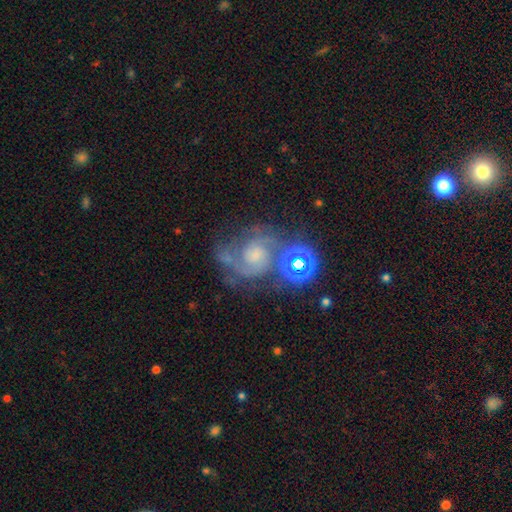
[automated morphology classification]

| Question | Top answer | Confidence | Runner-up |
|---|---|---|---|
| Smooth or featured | featured or disk | 78% | star or artifact (12%) |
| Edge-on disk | no | 98% | yes (2%) |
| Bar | no | 61% | weak (32%) |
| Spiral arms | yes | 95% | no (5%) |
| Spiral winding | medium | 45% | tight (43%) |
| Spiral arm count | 2 | 60% | can't tell (15%) |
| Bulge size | small | 42% | moderate (40%) |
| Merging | none | 52% | merger (22%) |